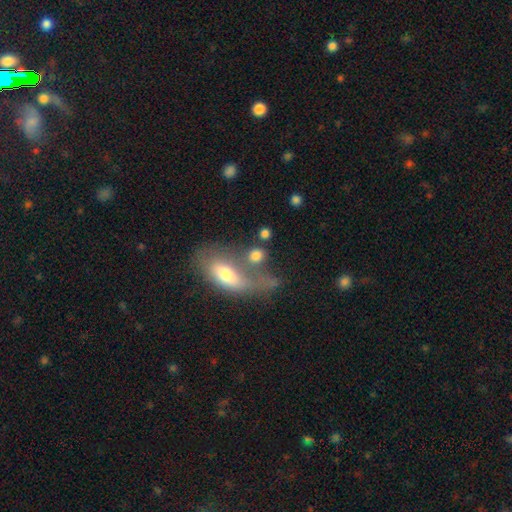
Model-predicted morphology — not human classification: Smooth or featured? smooth (73%)
How rounded? round (52%)
Merging? none (38%)